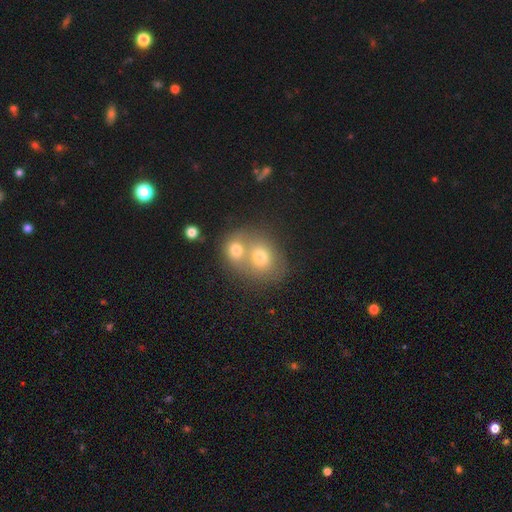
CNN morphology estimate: This appears to be a smooth galaxy with no disk features (66%) that is round (70%). Merging: merger (64%).